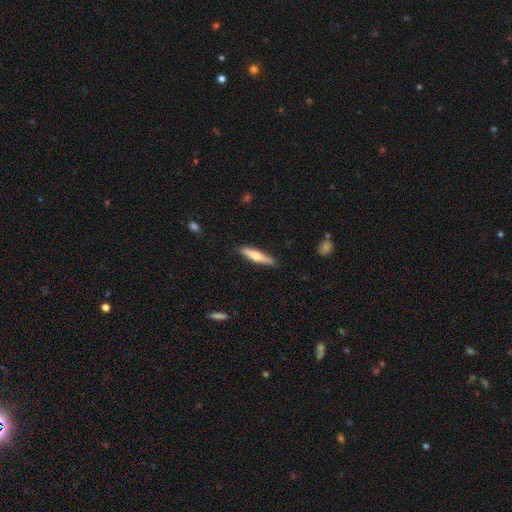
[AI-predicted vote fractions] Smooth or featured? Predicted: smooth (p=0.48). Merging? Predicted: none (p=0.87).